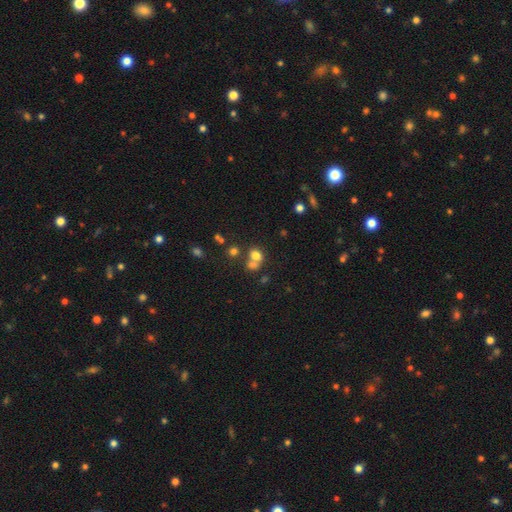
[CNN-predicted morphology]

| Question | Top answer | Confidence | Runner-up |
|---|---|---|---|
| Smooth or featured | smooth | 72% | star or artifact (15%) |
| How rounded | round | 57% | in between (42%) |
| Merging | merger | 44% | none (41%) |